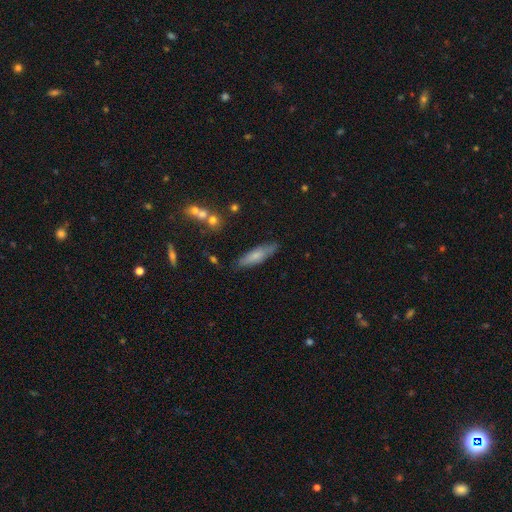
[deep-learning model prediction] smooth-or-featured: smooth: 68% | featured or disk: 26% | star or artifact: 7%
  how-rounded: cigar-shaped: 66% | in between: 32% | round: 2%
  merging: none: 77% | minor disturbance: 17% | major disturbance: 3% | merger: 2%